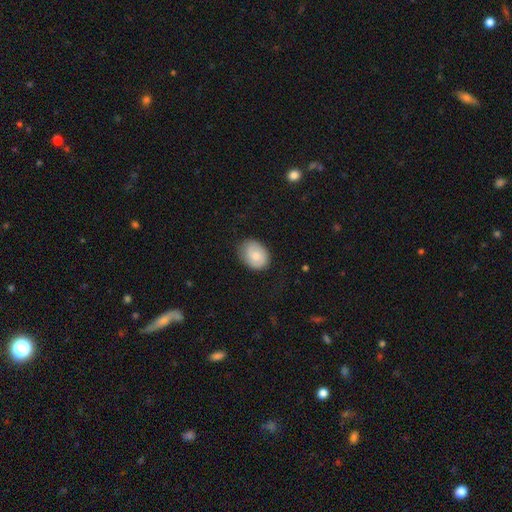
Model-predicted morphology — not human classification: Smooth or featured?
  - smooth: 63% *
  - featured or disk: 30%
  - star or artifact: 7%
How rounded?
  - in between: 60% *
  - round: 39%
  - cigar-shaped: 1%
Merging?
  - none: 75% *
  - minor disturbance: 19%
  - major disturbance: 5%
  - merger: 1%